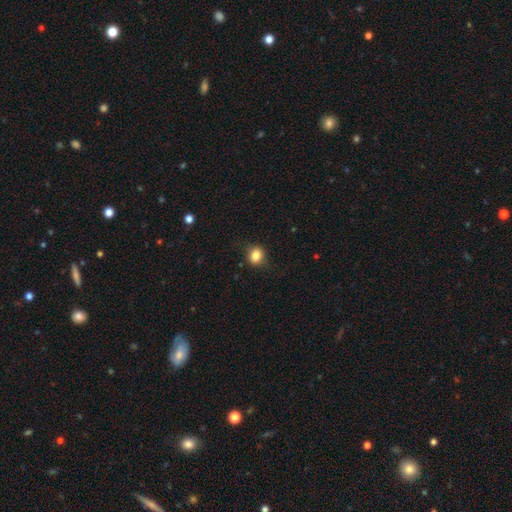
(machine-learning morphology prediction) smooth 83%, star or artifact 10%, featured or disk 7%. Down the decision tree: how rounded — round (65%); merging — none (81%).